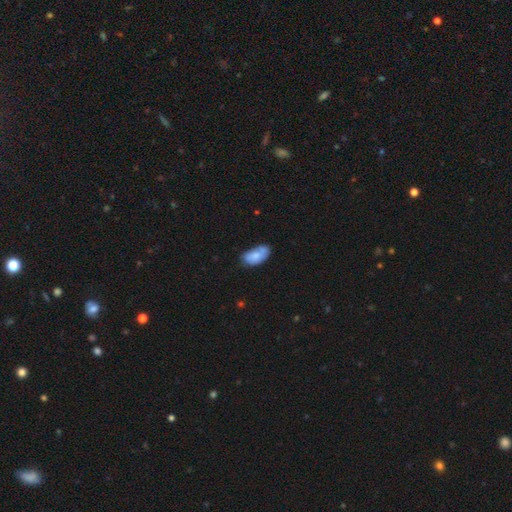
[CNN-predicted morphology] Smooth or featured: smooth — 67% (featured or disk — 26%)
How rounded: in between — 93% (round — 4%)
Merging: none — 51% (minor disturbance — 32%)